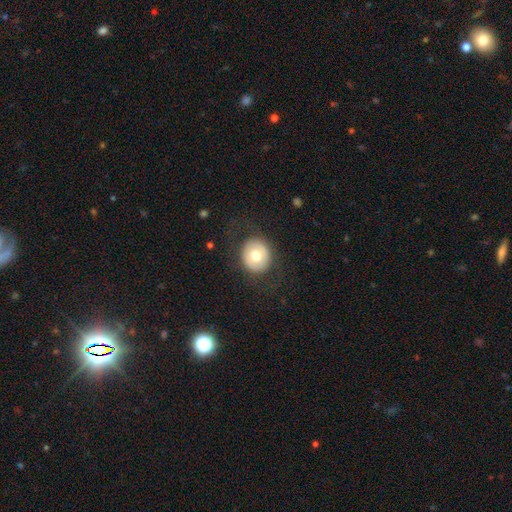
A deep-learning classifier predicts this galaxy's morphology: Q: Smooth or featured?
A: smooth (65%); runner-up: featured or disk (27%)
Q: How rounded?
A: round (79%); runner-up: in between (20%)
Q: Merging?
A: none (81%); runner-up: minor disturbance (11%)